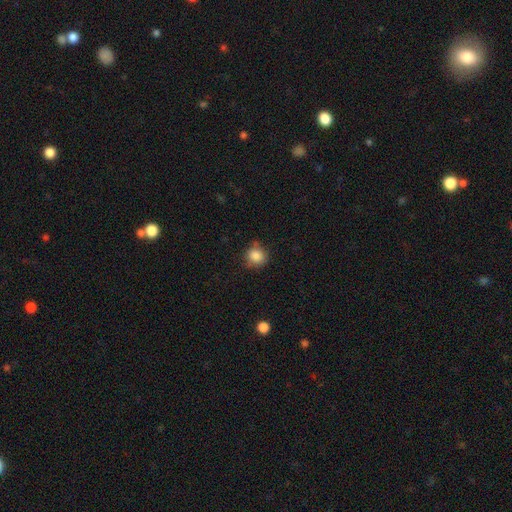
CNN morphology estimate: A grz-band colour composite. It shows a smooth galaxy with no disk features (86%) that is round (87%). Merging: none (75%).